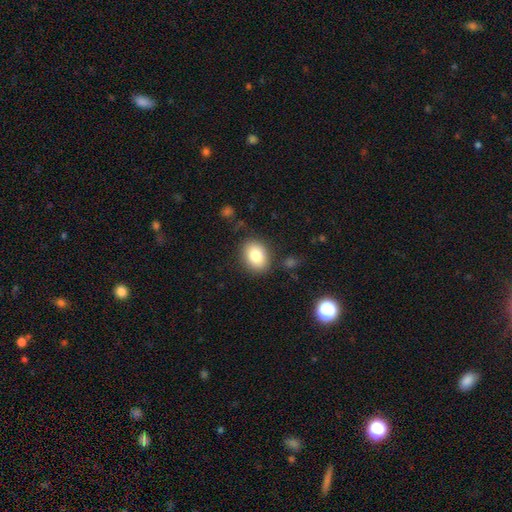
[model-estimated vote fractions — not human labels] smooth-or-featured: smooth: 82% | featured or disk: 9% | star or artifact: 9%
  how-rounded: in between: 61% | round: 39% | cigar-shaped: 1%
  merging: none: 84% | minor disturbance: 11% | major disturbance: 3% | merger: 2%